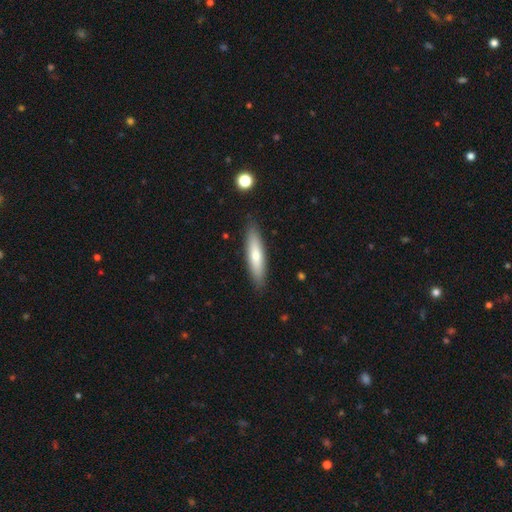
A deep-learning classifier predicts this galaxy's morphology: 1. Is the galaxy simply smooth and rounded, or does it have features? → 66% smooth, 28% featured or disk, 6% star or artifact.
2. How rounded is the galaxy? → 76% cigar-shaped, 22% in between, 1% round.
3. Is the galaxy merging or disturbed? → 88% none, 9% minor disturbance, 2% major disturbance, 1% merger.